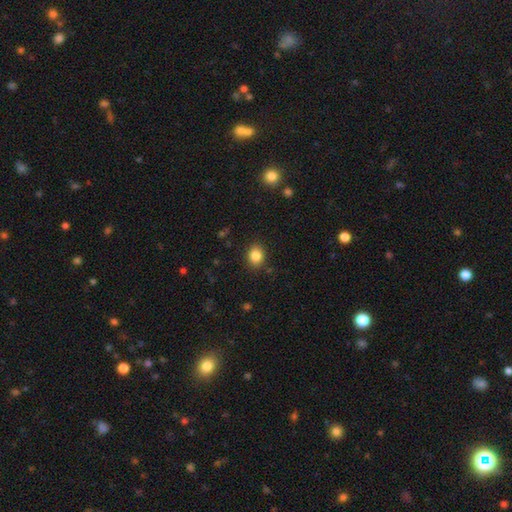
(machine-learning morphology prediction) Smooth or featured: smooth — 84% (star or artifact — 10%)
How rounded: round — 53% (in between — 47%)
Merging: none — 87% (minor disturbance — 9%)